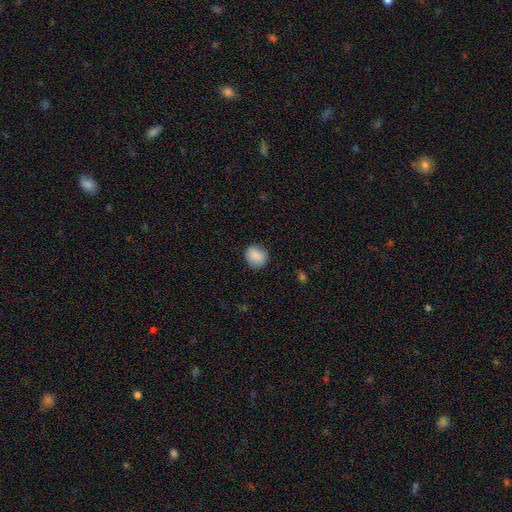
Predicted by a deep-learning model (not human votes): smooth-or-featured: smooth: 88% | star or artifact: 8% | featured or disk: 5%
  how-rounded: round: 82% | in between: 17% | cigar-shaped: 1%
  merging: none: 88% | minor disturbance: 9% | major disturbance: 2% | merger: 1%